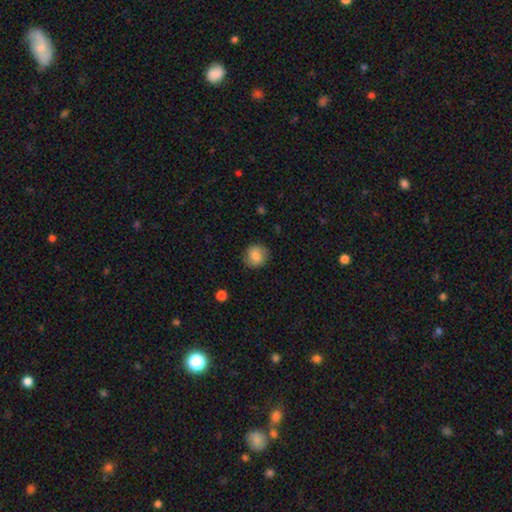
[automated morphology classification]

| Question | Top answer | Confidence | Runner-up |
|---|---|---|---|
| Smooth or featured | smooth | 81% | featured or disk (11%) |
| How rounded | round | 85% | in between (14%) |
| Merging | none | 85% | minor disturbance (11%) |